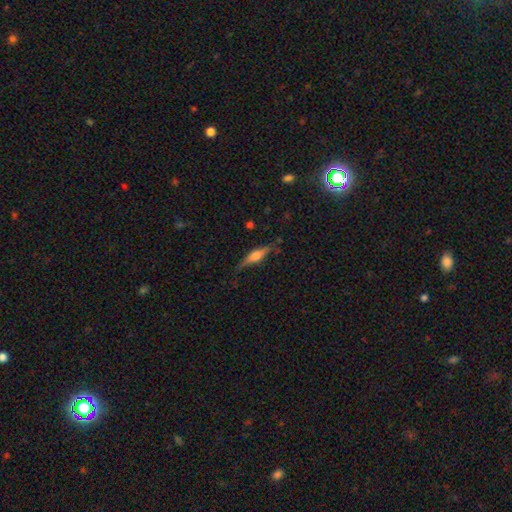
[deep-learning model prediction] Morphology: type=featured or disk (57%); edge-on=yes (94%); edge-on bulge=rounded (83%); merging=none (74%).